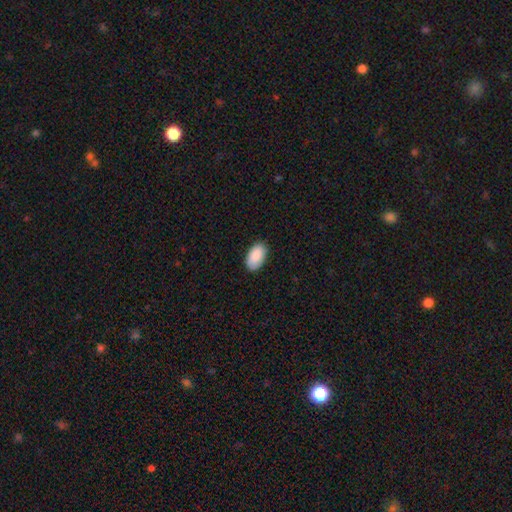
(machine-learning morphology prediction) Smooth or featured?
  - smooth: 89% *
  - star or artifact: 6%
  - featured or disk: 4%
How rounded?
  - in between: 95% *
  - round: 4%
  - cigar-shaped: 1%
Merging?
  - none: 85% *
  - minor disturbance: 12%
  - major disturbance: 2%
  - merger: 1%